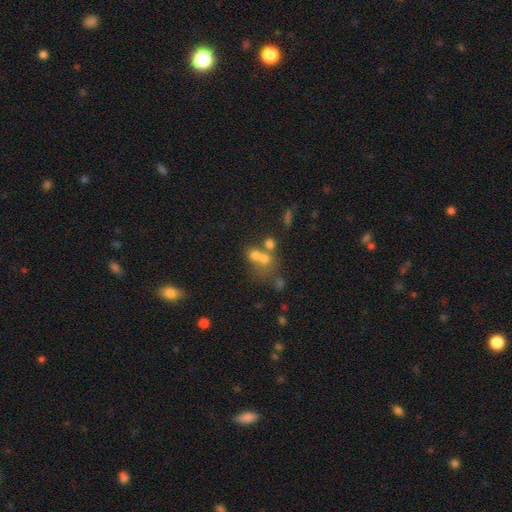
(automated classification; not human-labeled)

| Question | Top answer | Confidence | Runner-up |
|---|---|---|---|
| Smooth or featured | smooth | 60% | featured or disk (23%) |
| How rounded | round | 70% | in between (28%) |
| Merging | merger | 54% | none (32%) |